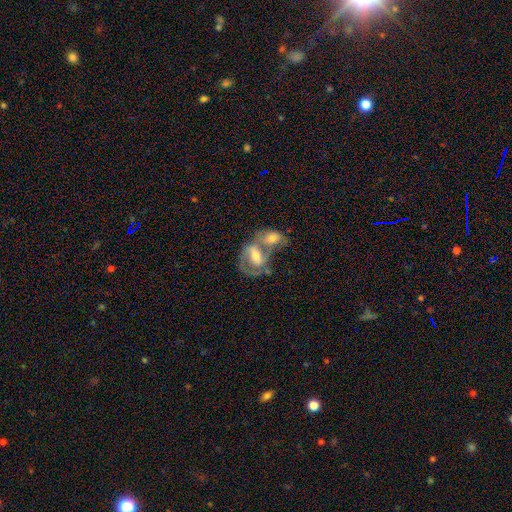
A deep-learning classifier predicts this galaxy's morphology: This appears to be a featured or disk galaxy (71%) with a weak bar (44%), 2 (70%) medium (49%) spiral arms (78%) and a moderate central bulge (60%). Merging: merger (68%).